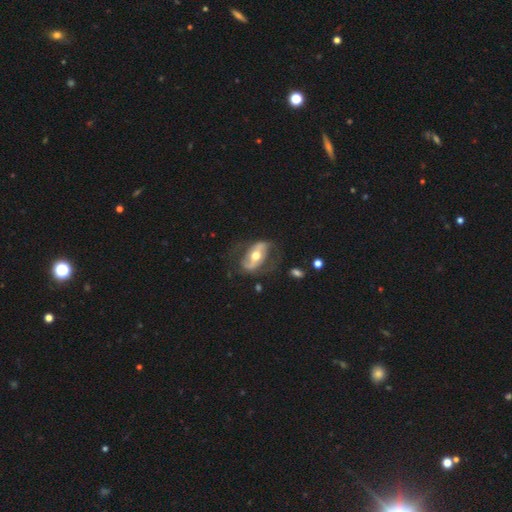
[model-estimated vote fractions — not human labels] Overall: featured or disk (74%). Edge-on disk: no (91%). Bar: strong (50%; weak 26%). Spiral arms: yes (69%; no 31%). Bulge size: moderate (73%). Merging: none (60%).